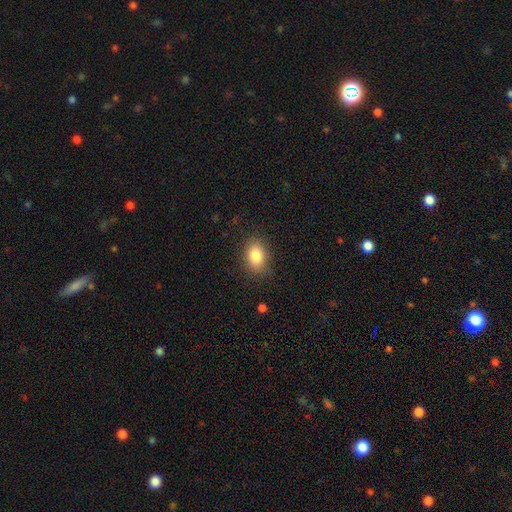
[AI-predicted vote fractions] smooth-or-featured: smooth: 84% | star or artifact: 9% | featured or disk: 7%
  how-rounded: in between: 76% | round: 23% | cigar-shaped: 1%
  merging: none: 84% | minor disturbance: 12% | major disturbance: 3% | merger: 1%